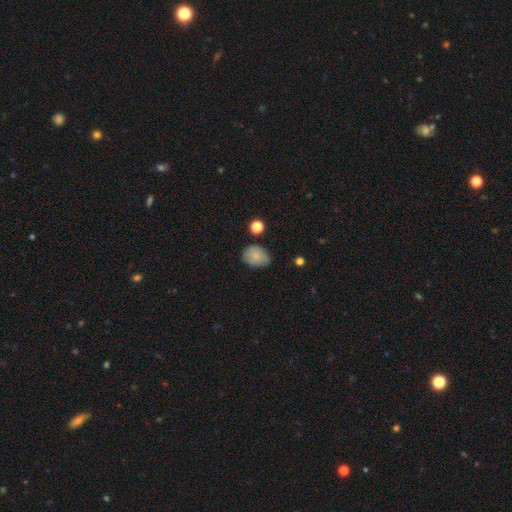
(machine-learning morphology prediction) smooth-or-featured: smooth: 82% | featured or disk: 10% | star or artifact: 8%
  how-rounded: in between: 70% | round: 29% | cigar-shaped: 1%
  merging: none: 67% | minor disturbance: 25% | major disturbance: 5% | merger: 3%